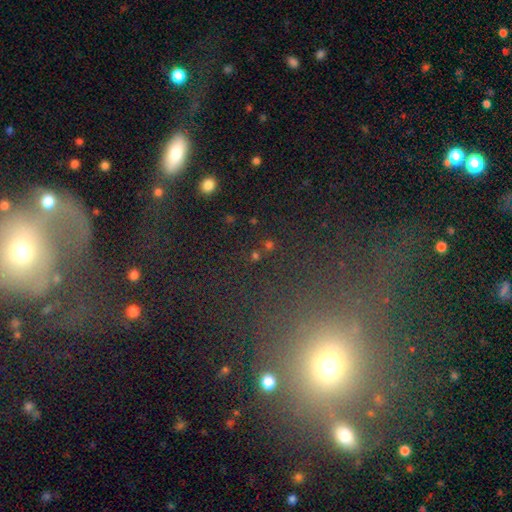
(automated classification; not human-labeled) This appears to be a star or artifact, not a galaxy (51%).